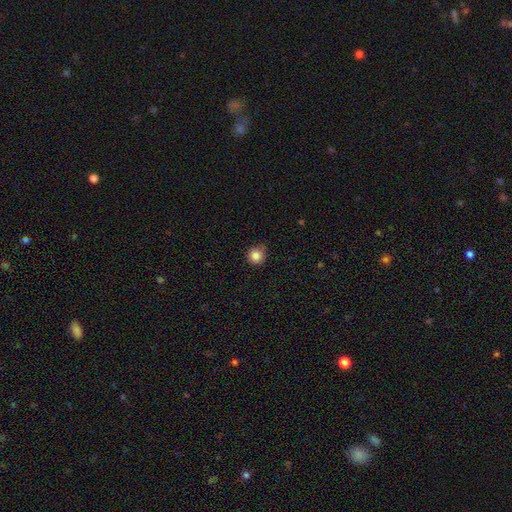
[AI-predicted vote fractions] This appears to be a smooth galaxy with no disk features (85%) that is round (92%). Merging: none (74%).